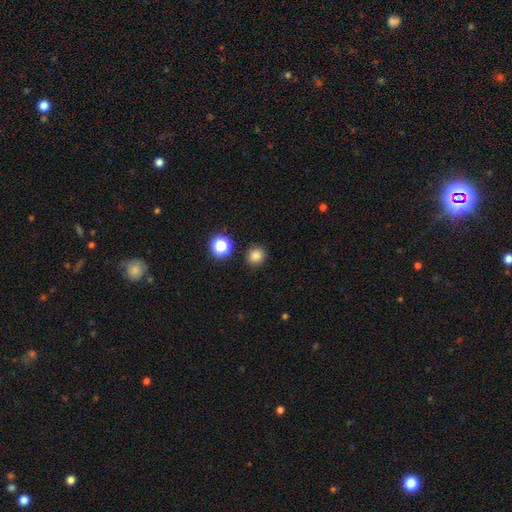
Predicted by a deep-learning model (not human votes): The model was most divided on "smooth or featured": smooth: 82%, star or artifact: 14%, featured or disk: 4%. More confident: how rounded — round (91%); merging — none (89%).